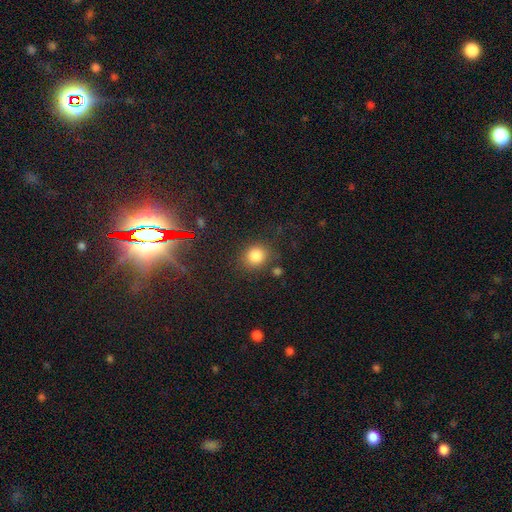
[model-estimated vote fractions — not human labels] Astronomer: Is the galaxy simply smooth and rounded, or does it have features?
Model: smooth — 82%.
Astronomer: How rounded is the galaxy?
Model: round — 81%.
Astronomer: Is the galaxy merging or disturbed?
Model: none — 80%.